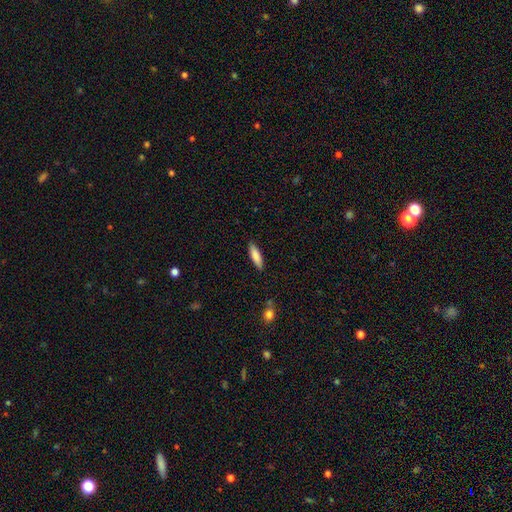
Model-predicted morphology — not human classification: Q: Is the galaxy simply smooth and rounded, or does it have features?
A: smooth — 84%.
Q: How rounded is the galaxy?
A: cigar-shaped — 60%.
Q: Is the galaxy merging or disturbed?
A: none — 86%.